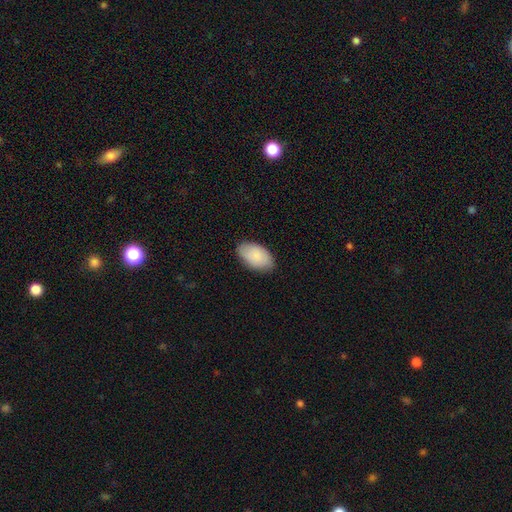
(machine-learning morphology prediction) This is clearly a smooth galaxy (88%). How rounded: clearly in between (95%). Merging: clearly none (84%).